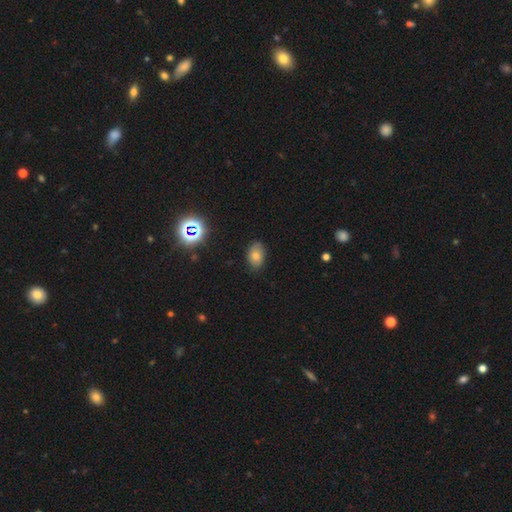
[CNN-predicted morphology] This appears to be a smooth galaxy with no disk features (70%) that is in between round and cigar-shaped (84%). Merging: none (79%).